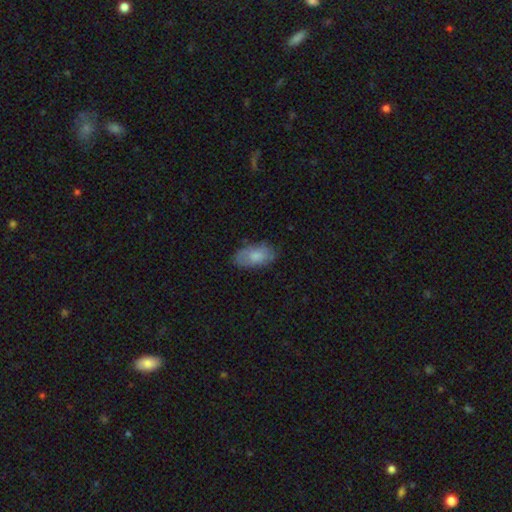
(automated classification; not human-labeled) smooth_or_featured: smooth (p=0.78) [alt: featured or disk p=0.15]
how_rounded: in between (p=0.93) [alt: cigar-shaped p=0.04]
merging: none (p=0.74) [alt: minor disturbance p=0.20]